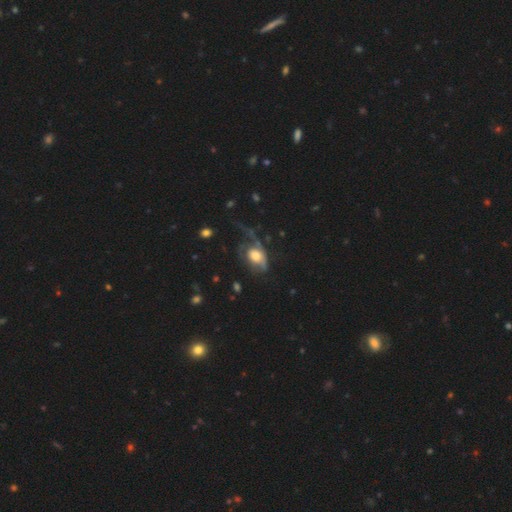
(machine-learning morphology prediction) Smooth or featured? featured or disk (47%)
Merging? major disturbance (51%)